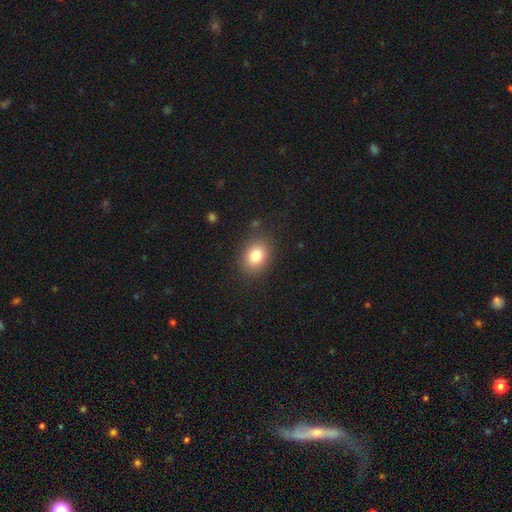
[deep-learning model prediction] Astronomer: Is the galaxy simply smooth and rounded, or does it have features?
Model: smooth — 81%.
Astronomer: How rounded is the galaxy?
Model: in between — 59% (runner-up: round, 40%).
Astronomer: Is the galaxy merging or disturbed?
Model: none — 85%.